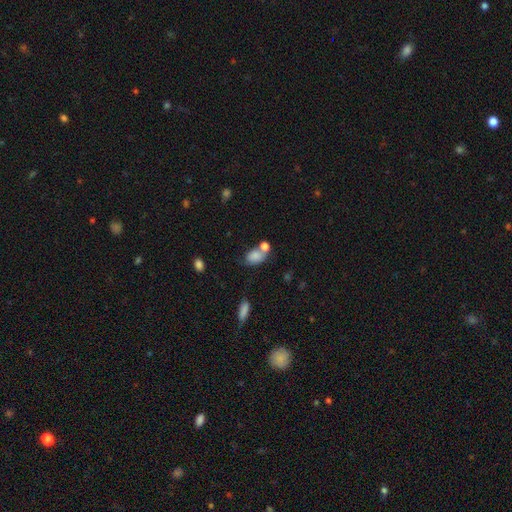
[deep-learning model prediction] A smooth galaxy with no disk features (79%) that is in between round and cigar-shaped (78%). Merging: merger (44%).